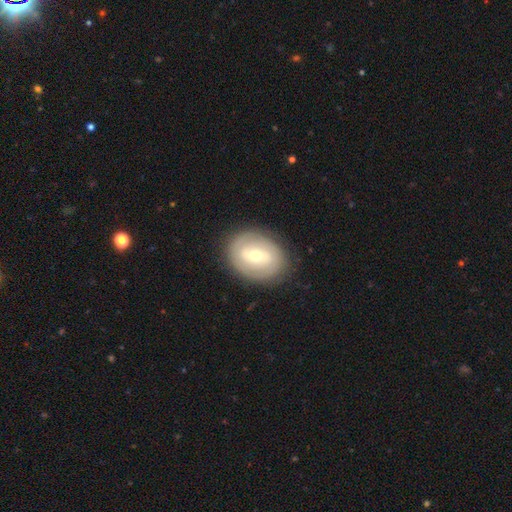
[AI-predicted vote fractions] Smooth or featured: featured or disk — 59% (smooth — 35%)
Edge-on disk: no — 95% (yes — 5%)
Bar: weak — 47% (strong — 27%)
Spiral arms: yes — 58% (no — 42%)
Bulge size: moderate — 55% (small — 40%)
Merging: none — 85% (minor disturbance — 10%)